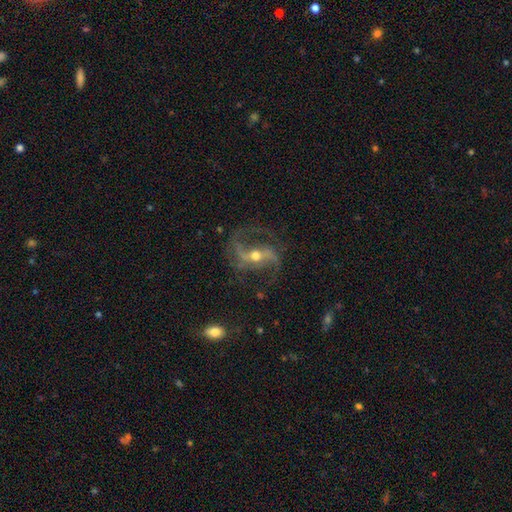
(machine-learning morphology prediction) A featured or disk galaxy (89%) with a strong bar (45%), 2 (90%) loose (47%) spiral arms (97%) and a moderate central bulge (63%).

Vote fractions:
- Smooth or featured? featured or disk: 89% / star or artifact: 6% / smooth: 5%
- Edge-on disk? no: 96% / yes: 4%
- Bar? strong: 45% / weak: 34% / no: 21%
- Spiral arms? yes: 97% / no: 3%
- Spiral winding? loose: 47% / medium: 44% / tight: 9%
- Spiral arm count? 2: 90% / 1: 3% / 3: 2% / can't tell: 2% / 4: 1% / more than 4: 1%
- Bulge size? moderate: 63% / small: 31% / large: 3% / none: 1% / dominant: 1%
- Merging? none: 70% / minor disturbance: 15% / major disturbance: 12% / merger: 2%